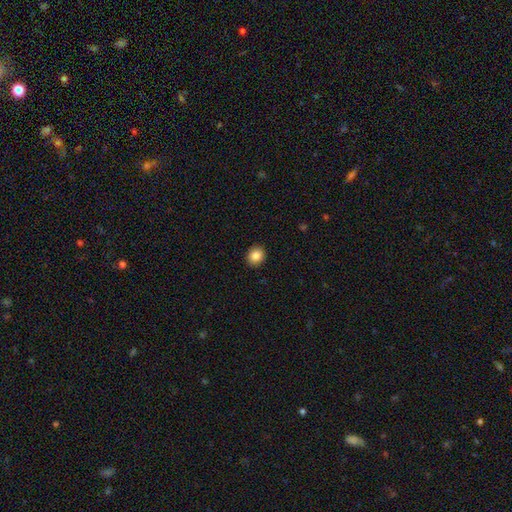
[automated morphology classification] Smooth or featured? smooth (86%)
How rounded? round (74%)
Merging? none (92%)